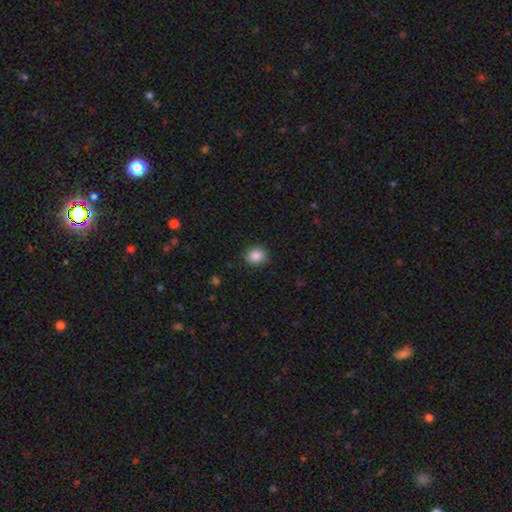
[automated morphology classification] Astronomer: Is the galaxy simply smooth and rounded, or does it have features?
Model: smooth — 87%.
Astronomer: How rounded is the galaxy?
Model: round — 69%.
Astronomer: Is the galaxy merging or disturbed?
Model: none — 86%.